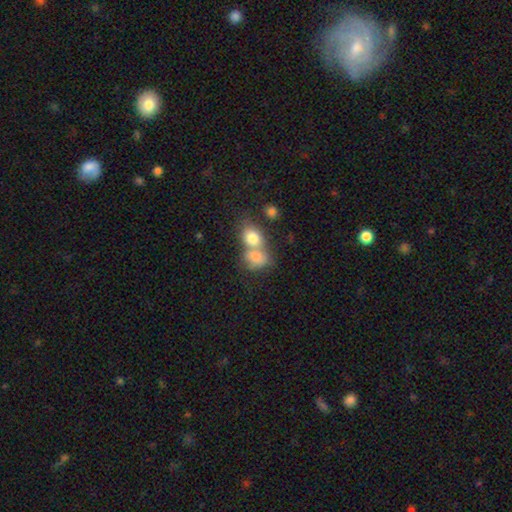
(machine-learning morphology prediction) type=smooth (67%); roundness=in between (49%); merging=merger (66%).